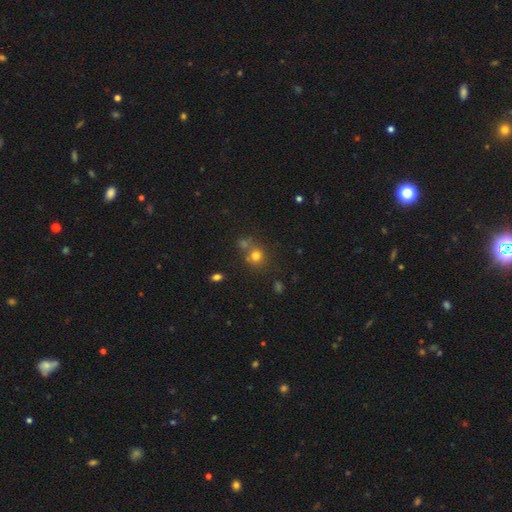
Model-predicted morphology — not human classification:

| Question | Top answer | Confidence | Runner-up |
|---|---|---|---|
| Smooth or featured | smooth | 72% | star or artifact (18%) |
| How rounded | round | 81% | in between (18%) |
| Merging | none | 59% | merger (25%) |